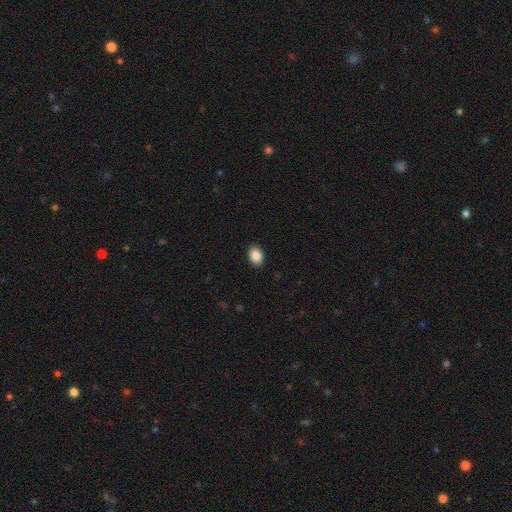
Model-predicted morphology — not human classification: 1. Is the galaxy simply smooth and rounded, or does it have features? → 87% smooth, 8% star or artifact, 5% featured or disk.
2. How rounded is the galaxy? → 76% in between, 23% round, 1% cigar-shaped.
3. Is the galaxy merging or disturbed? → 91% none, 7% minor disturbance, 2% major disturbance, 1% merger.